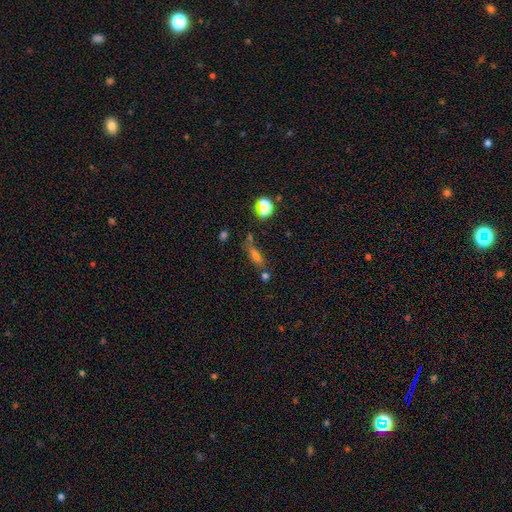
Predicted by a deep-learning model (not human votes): Morphology: type=smooth (60%); roundness=cigar-shaped (48%); merging=none (60%).